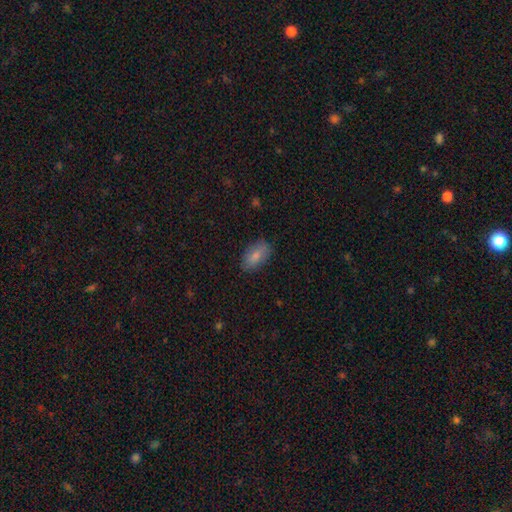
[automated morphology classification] Smooth or featured? smooth (81%)
How rounded? in between (92%)
Merging? none (83%)